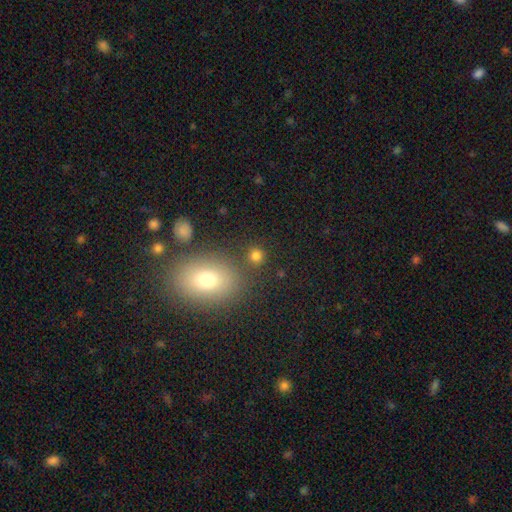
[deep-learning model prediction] smooth 79%, star or artifact 15%, featured or disk 6%. Down the decision tree: how rounded — round (86%); merging — none (81%).